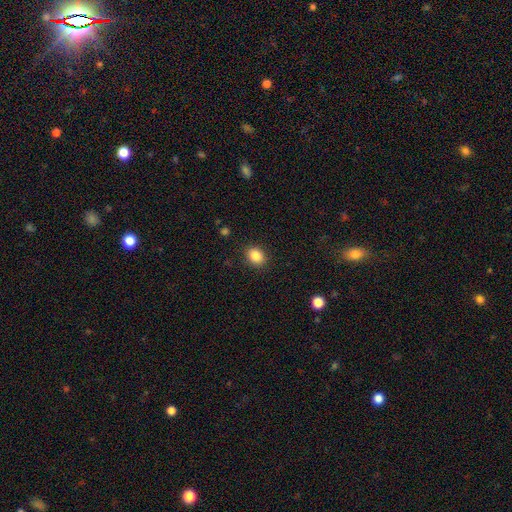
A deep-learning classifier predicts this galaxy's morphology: Smooth or featured?
  - smooth: 86% *
  - star or artifact: 9%
  - featured or disk: 5%
How rounded?
  - round: 50% *
  - in between: 49%
  - cigar-shaped: 1%
Merging?
  - none: 89% *
  - minor disturbance: 8%
  - major disturbance: 2%
  - merger: 1%